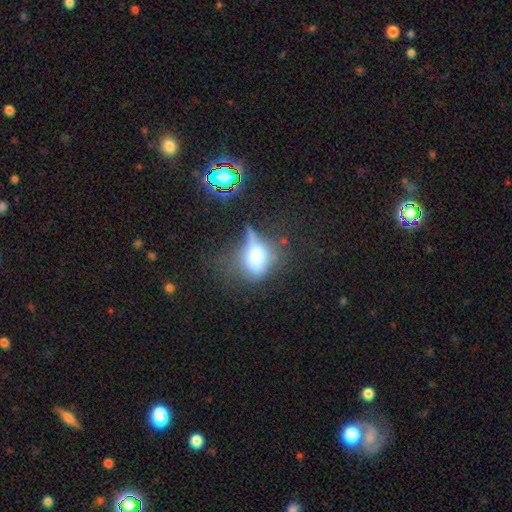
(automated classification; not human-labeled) Morphology: type=smooth (61%); roundness=in between (52%); merging=none (34%).